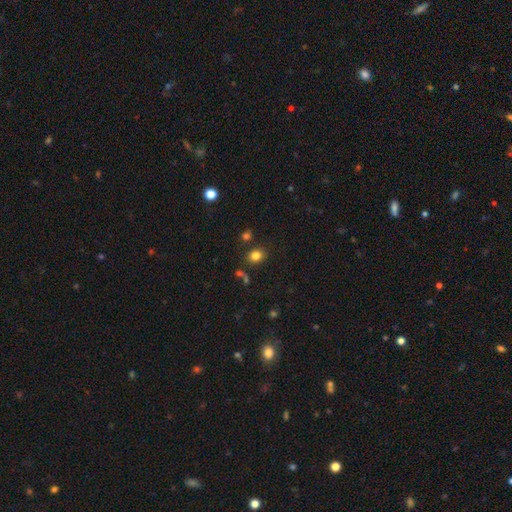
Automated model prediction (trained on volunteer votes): A smooth galaxy with no disk features (80%) that is round (63%).

Vote fractions:
- Smooth or featured? smooth: 80% / star or artifact: 14% / featured or disk: 6%
- How rounded? round: 63% / in between: 36% / cigar-shaped: 1%
- Merging? none: 80% / minor disturbance: 10% / merger: 6% / major disturbance: 3%